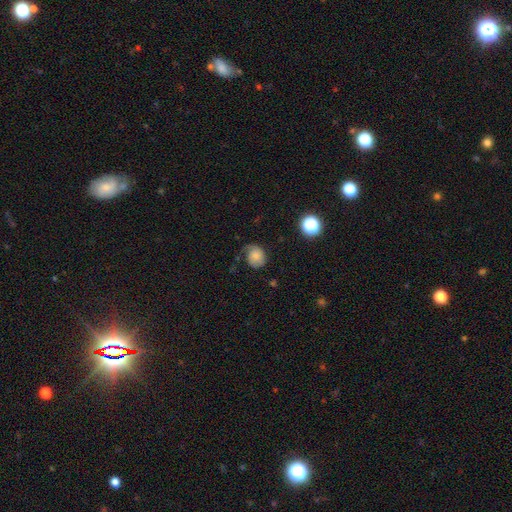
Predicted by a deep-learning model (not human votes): This appears to be a smooth galaxy with no disk features (56%) that is round (63%). Merging: none (47%).